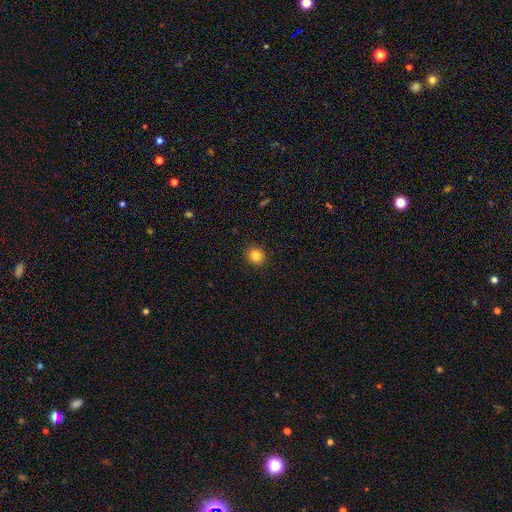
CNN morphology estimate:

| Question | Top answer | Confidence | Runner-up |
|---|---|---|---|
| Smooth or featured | smooth | 85% | star or artifact (11%) |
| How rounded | round | 87% | in between (12%) |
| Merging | none | 91% | minor disturbance (6%) |